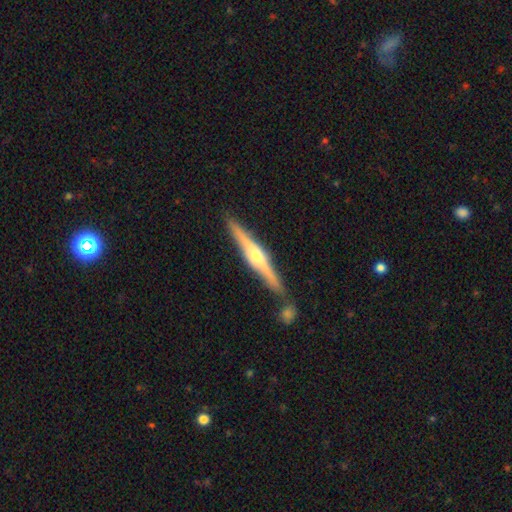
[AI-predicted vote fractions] Morphology: type=featured or disk (77%); edge-on=yes (98%); edge-on bulge=rounded (90%); merging=none (84%).